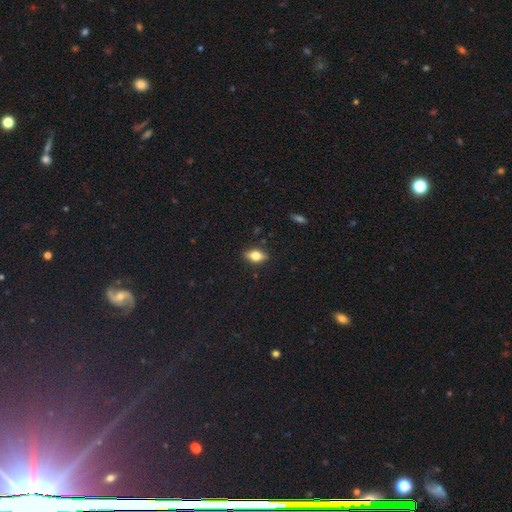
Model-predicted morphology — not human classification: Smooth or featured? smooth (67%)
How rounded? in between (83%)
Merging? none (87%)